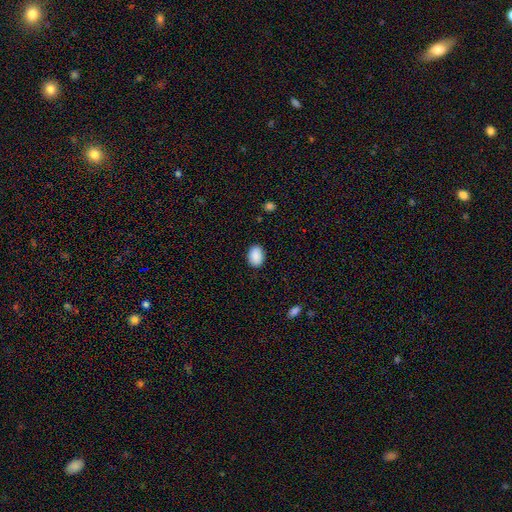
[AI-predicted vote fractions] smooth-or-featured: smooth: 90% | star or artifact: 7% | featured or disk: 3%
  how-rounded: in between: 75% | round: 24% | cigar-shaped: 1%
  merging: none: 88% | minor disturbance: 8% | major disturbance: 2% | merger: 1%